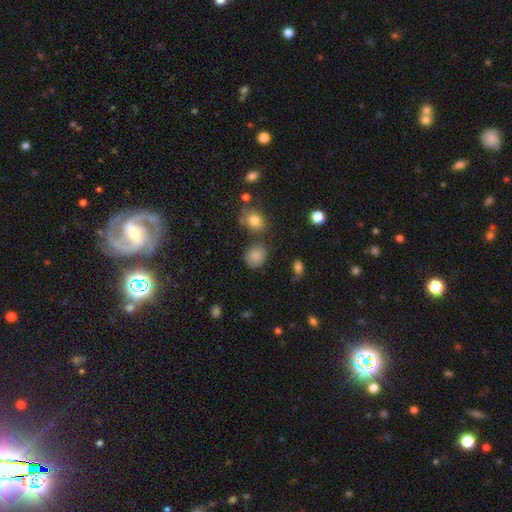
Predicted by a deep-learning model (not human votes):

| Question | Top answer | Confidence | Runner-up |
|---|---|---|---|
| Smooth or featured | smooth | 83% | star or artifact (11%) |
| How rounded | round | 65% | in between (34%) |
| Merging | none | 73% | minor disturbance (15%) |